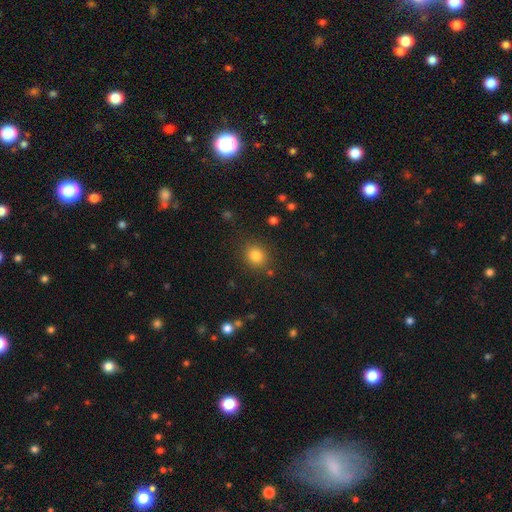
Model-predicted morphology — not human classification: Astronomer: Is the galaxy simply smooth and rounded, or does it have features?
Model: smooth — 82%.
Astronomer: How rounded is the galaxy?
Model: round — 77%.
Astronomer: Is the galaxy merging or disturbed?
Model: none — 86%.